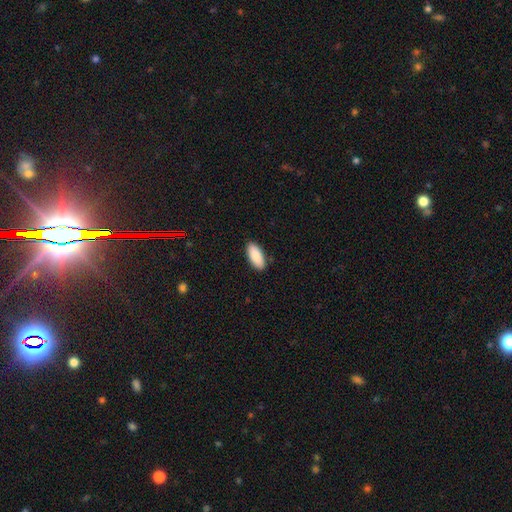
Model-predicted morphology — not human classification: This is clearly a smooth galaxy (89%). How rounded: clearly in between (88%). Merging: clearly none (89%).